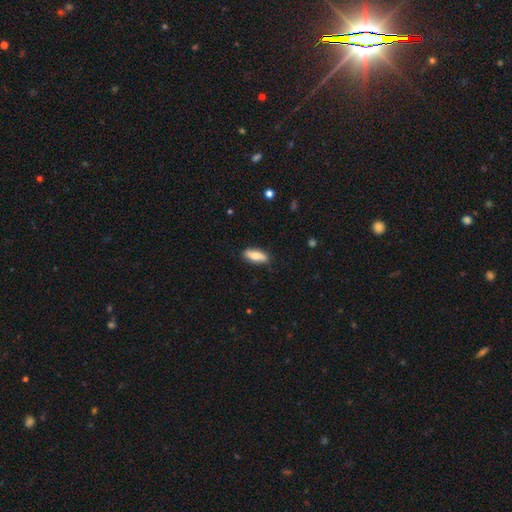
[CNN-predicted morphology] A smooth galaxy with no disk features (67%) that is in between round and cigar-shaped (68%).

Vote fractions:
- Smooth or featured? smooth: 67% / featured or disk: 27% / star or artifact: 6%
- How rounded? in between: 68% / cigar-shaped: 29% / round: 3%
- Merging? none: 82% / minor disturbance: 14% / major disturbance: 3% / merger: 1%